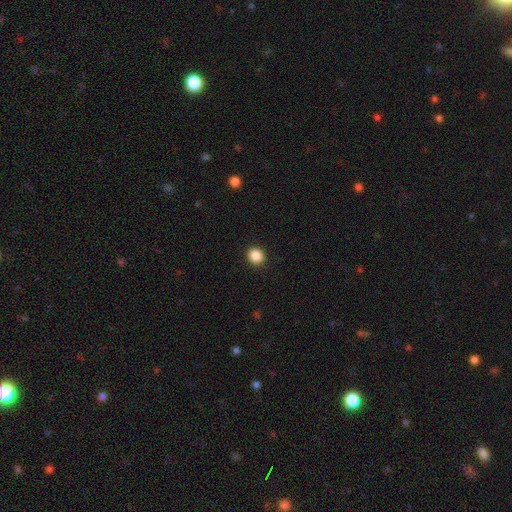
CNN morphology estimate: Smooth or featured: smooth — 88% (star or artifact — 10%)
How rounded: round — 83% (in between — 16%)
Merging: none — 92% (minor disturbance — 6%)